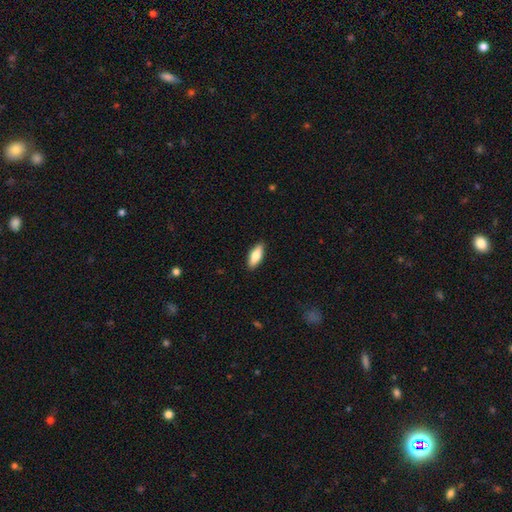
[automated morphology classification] The model was most divided on "how rounded": in between: 72%, cigar-shaped: 26%, round: 2%. More confident: merging — none (89%); smooth or featured — smooth (74%).